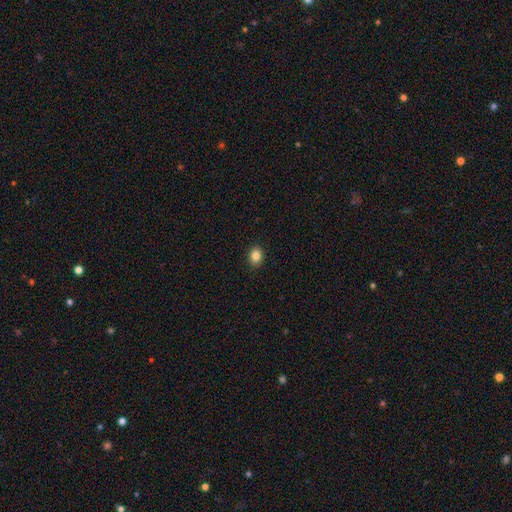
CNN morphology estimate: A smooth galaxy with no disk features (84%) that is in between round and cigar-shaped (59%).

Vote fractions:
- Smooth or featured? smooth: 84% / star or artifact: 10% / featured or disk: 6%
- How rounded? in between: 59% / round: 40% / cigar-shaped: 1%
- Merging? none: 90% / minor disturbance: 7% / major disturbance: 2% / merger: 1%